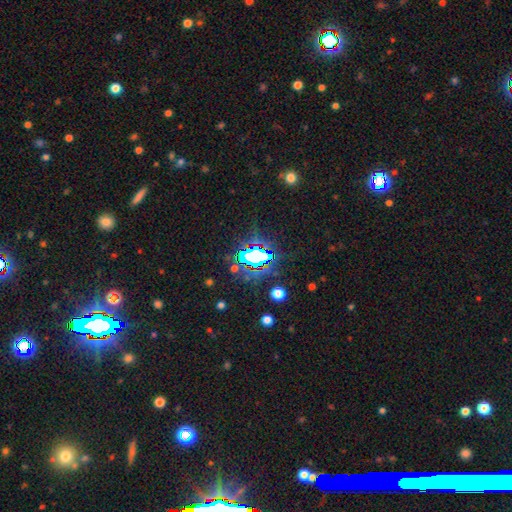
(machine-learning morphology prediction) Smooth or featured: star or artifact — 67% (smooth — 20%)